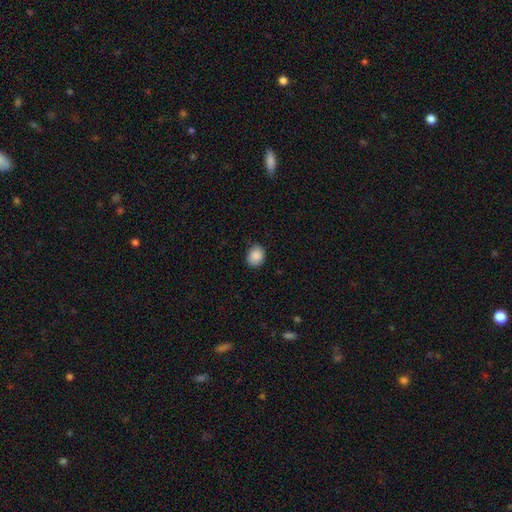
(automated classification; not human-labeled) smooth-or-featured: smooth: 89% | star or artifact: 8% | featured or disk: 3%
  how-rounded: in between: 51% | round: 48% | cigar-shaped: 1%
  merging: none: 82% | minor disturbance: 14% | major disturbance: 3% | merger: 1%